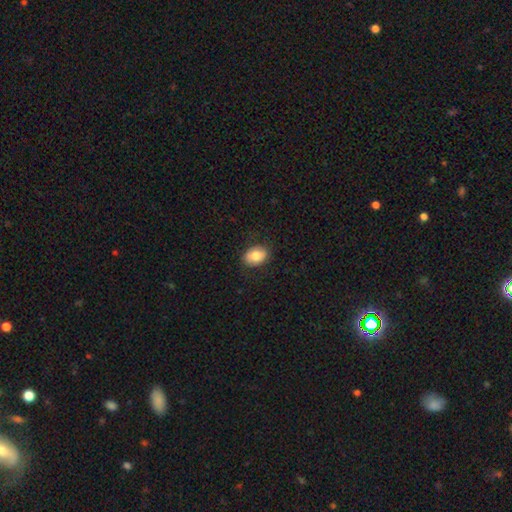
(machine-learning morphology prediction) smooth-or-featured: smooth: 80% | featured or disk: 12% | star or artifact: 8%
  how-rounded: in between: 76% | round: 23% | cigar-shaped: 1%
  merging: none: 84% | minor disturbance: 12% | major disturbance: 3% | merger: 1%